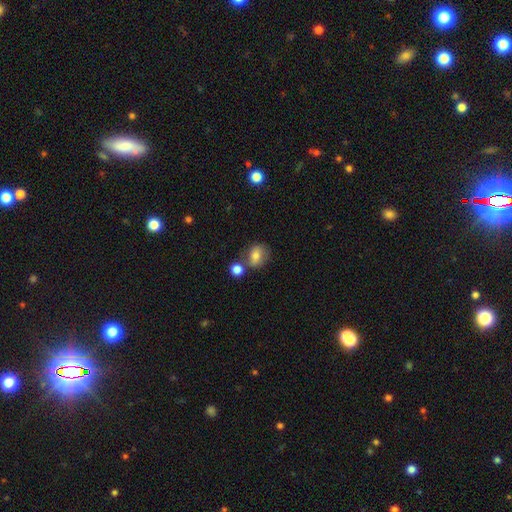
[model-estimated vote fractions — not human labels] Smooth or featured: smooth — 75% (featured or disk — 15%)
How rounded: round — 49% (tied with in between — 49%)
Merging: none — 55% (merger — 22%)